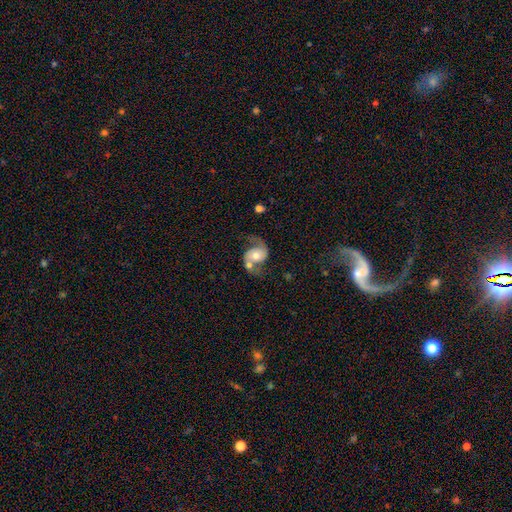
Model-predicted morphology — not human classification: This appears to be a featured or disk galaxy (80%) with no bar (66%), 2 (92%) loose (56%) spiral arms (95%) and a moderate central bulge (62%). Merging: none (53%).